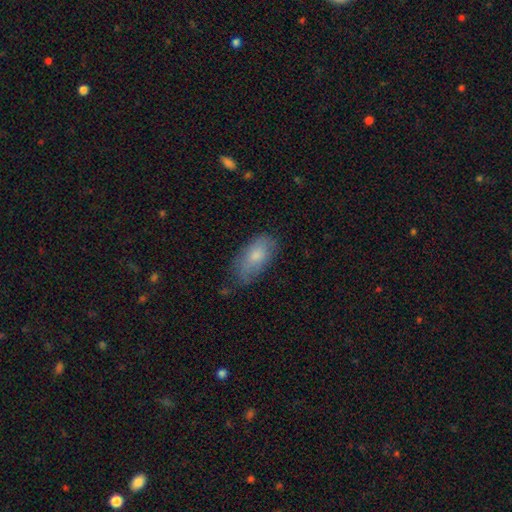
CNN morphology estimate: A smooth galaxy with no disk features (76%) that is in between round and cigar-shaped (90%).

Vote fractions:
- Smooth or featured? smooth: 76% / featured or disk: 17% / star or artifact: 7%
- How rounded? in between: 90% / cigar-shaped: 7% / round: 3%
- Merging? none: 64% / minor disturbance: 27% / major disturbance: 7% / merger: 2%